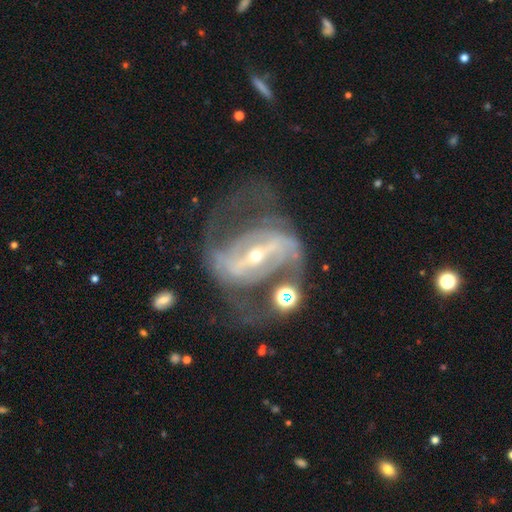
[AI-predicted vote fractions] smooth_or_featured: featured or disk (p=0.88) [alt: star or artifact p=0.06]
disk_edge_on: no (p=0.95) [alt: yes p=0.05]
bar: strong (p=0.74) [alt: weak p=0.19]
has_spiral_arms: yes (p=0.90) [alt: no p=0.10]
spiral_winding: medium (p=0.50) [alt: loose p=0.29]
spiral_arm_count: 2 (p=0.81) [alt: can't tell p=0.09]
bulge_size: small (p=0.71) [alt: moderate p=0.25]
merging: none (p=0.49) [alt: major disturbance p=0.27]